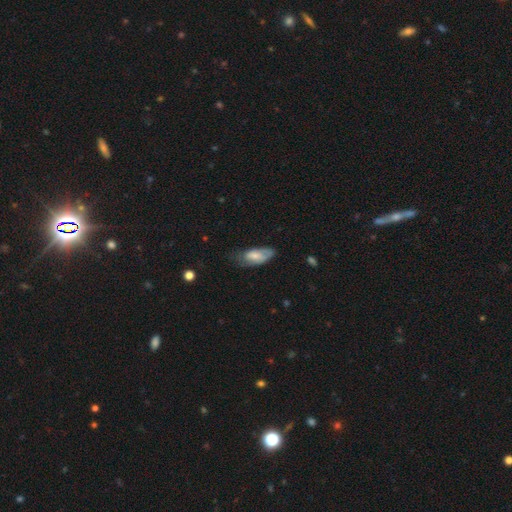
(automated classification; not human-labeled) A smooth galaxy with no disk features (64%) that is in between round and cigar-shaped (86%).

Vote fractions:
- Smooth or featured? smooth: 64% / featured or disk: 29% / star or artifact: 6%
- How rounded? in between: 86% / cigar-shaped: 12% / round: 2%
- Merging? none: 47% / minor disturbance: 36% / major disturbance: 15% / merger: 2%